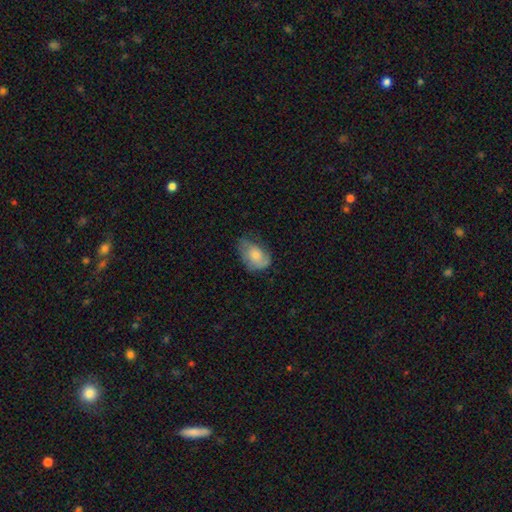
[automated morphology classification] The model was most divided on "merging": none: 43%, minor disturbance: 38%, major disturbance: 17%, merger: 2%. More confident: how rounded — in between (84%); smooth or featured — smooth (66%).